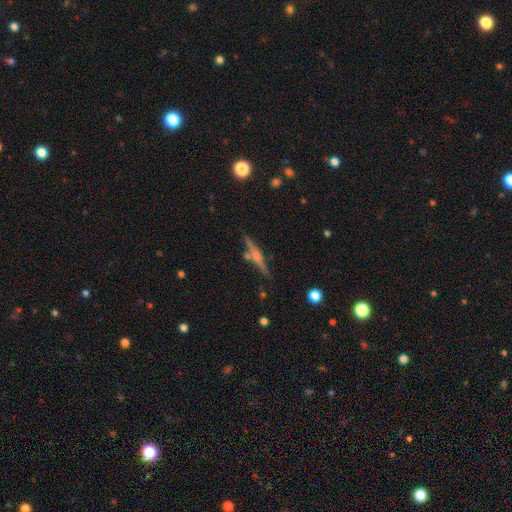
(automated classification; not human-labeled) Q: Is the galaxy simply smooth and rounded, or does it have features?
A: featured or disk — 65%.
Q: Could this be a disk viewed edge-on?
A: yes — 97%.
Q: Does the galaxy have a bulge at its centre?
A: rounded — 69%.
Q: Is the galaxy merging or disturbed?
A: none — 78%.